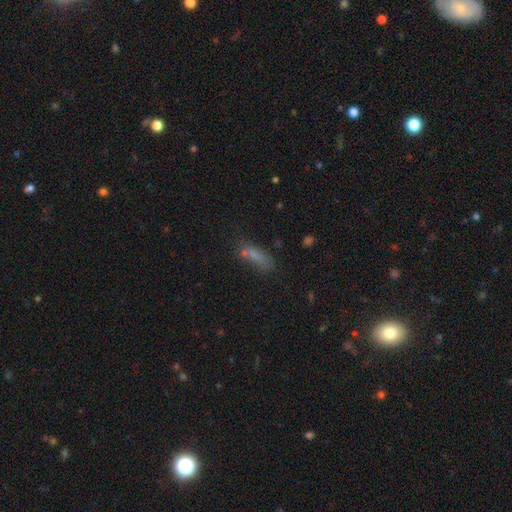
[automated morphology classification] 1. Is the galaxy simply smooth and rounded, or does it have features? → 69% smooth, 16% star or artifact, 15% featured or disk.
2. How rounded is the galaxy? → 55% in between, 41% cigar-shaped, 4% round.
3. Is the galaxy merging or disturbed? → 47% none, 22% minor disturbance, 16% major disturbance, 15% merger.